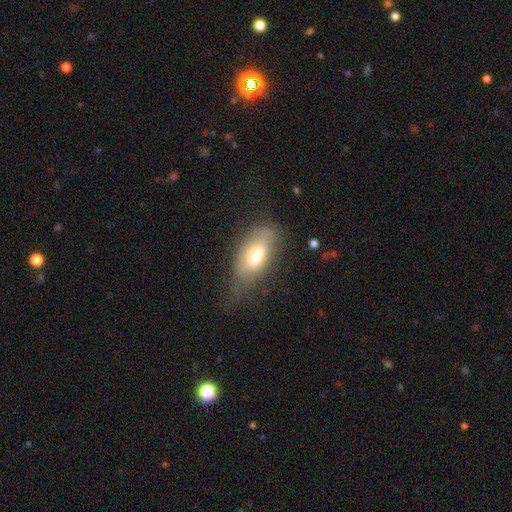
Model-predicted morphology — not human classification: The model was most divided on "merging": none: 40%, minor disturbance: 36%, major disturbance: 22%, merger: 2%. More confident: how rounded — in between (88%); smooth or featured — smooth (66%).